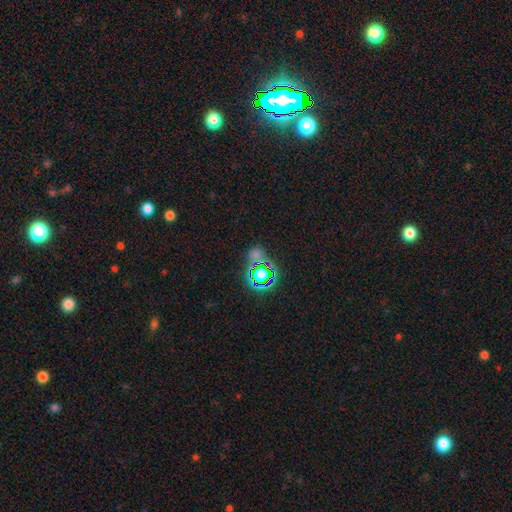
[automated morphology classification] type=star or artifact (64%).